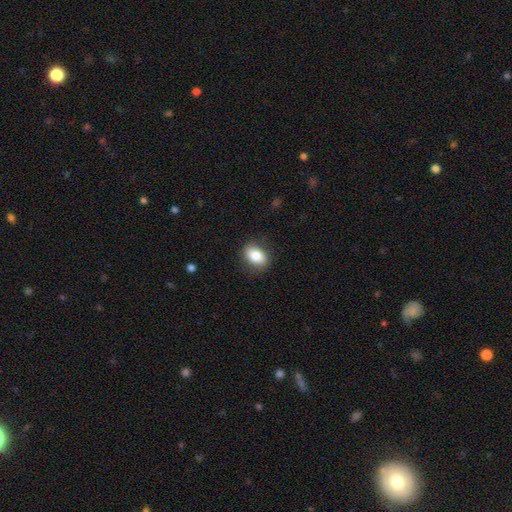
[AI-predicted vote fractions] smooth 82%, featured or disk 10%, star or artifact 8%. Down the decision tree: how rounded — in between (78%); merging — none (85%).